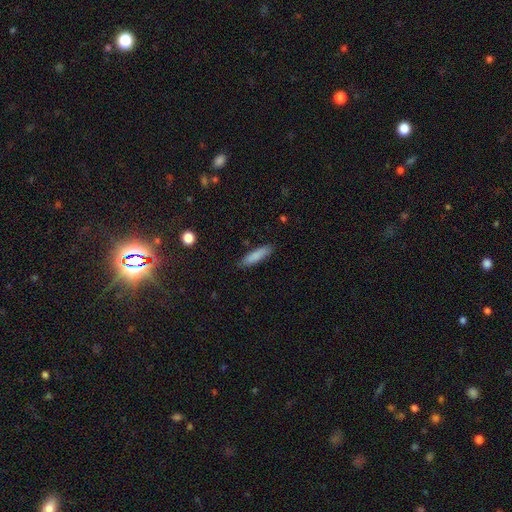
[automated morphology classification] This is clearly a smooth galaxy (85%). How rounded: likely cigar-shaped (73%). Merging: clearly none (85%).